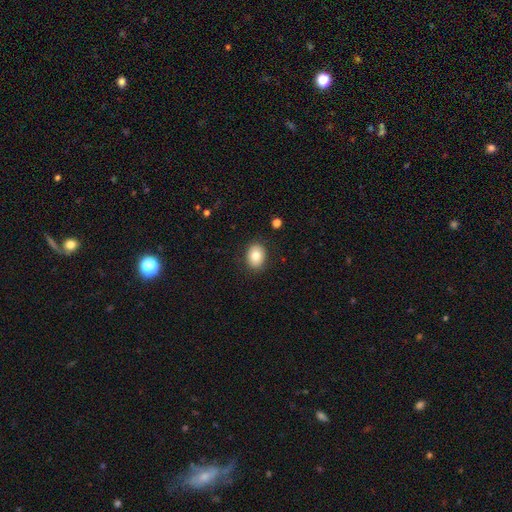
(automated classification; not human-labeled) Smooth or featured?
  - smooth: 81% *
  - featured or disk: 10%
  - star or artifact: 8%
How rounded?
  - in between: 60% *
  - round: 39%
  - cigar-shaped: 1%
Merging?
  - none: 87% *
  - minor disturbance: 9%
  - major disturbance: 3%
  - merger: 1%